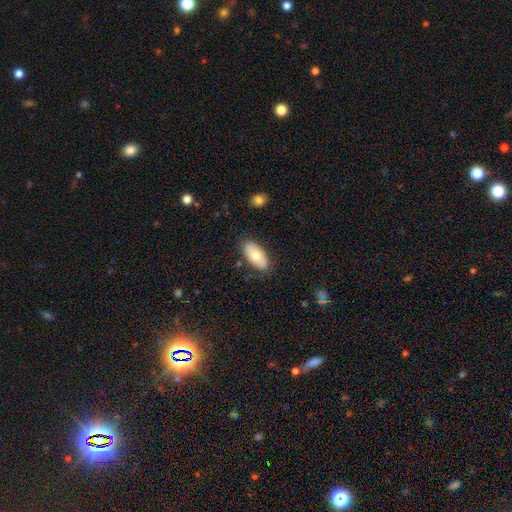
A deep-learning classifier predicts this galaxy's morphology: This appears to be a smooth galaxy with no disk features (71%) that is in between round and cigar-shaped (93%). Merging: none (81%).